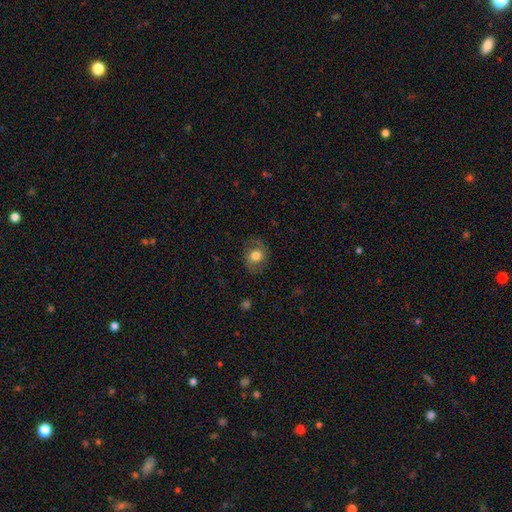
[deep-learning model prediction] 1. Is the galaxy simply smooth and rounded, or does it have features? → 62% smooth, 28% featured or disk, 9% star or artifact.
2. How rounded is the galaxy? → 66% round, 33% in between, 1% cigar-shaped.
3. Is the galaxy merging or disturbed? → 78% none, 15% minor disturbance, 6% major disturbance, 1% merger.